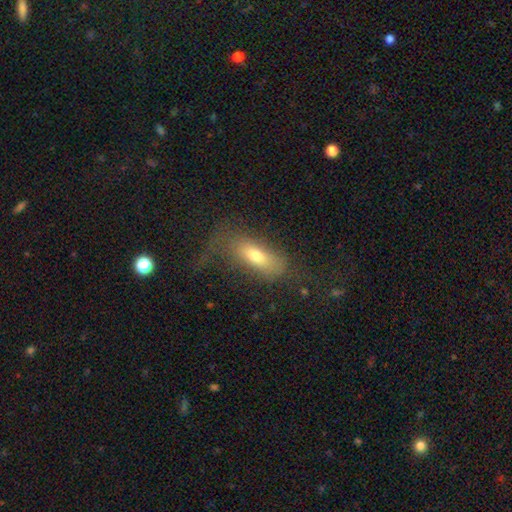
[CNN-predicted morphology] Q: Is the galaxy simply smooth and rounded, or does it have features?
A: smooth — 64%.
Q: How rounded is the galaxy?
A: in between — 72%.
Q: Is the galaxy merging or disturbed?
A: none — 42%.